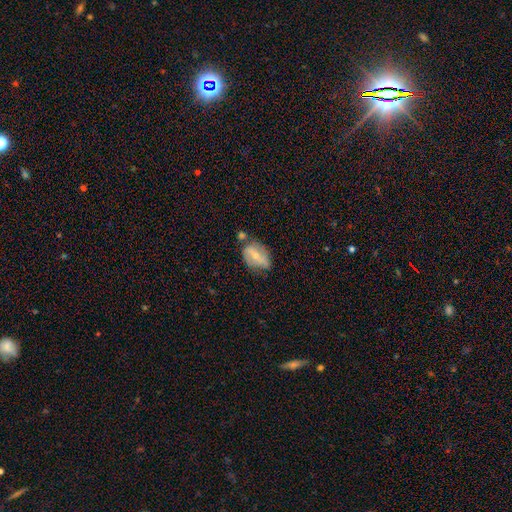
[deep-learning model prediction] Smooth or featured? Predicted: featured or disk (p=0.51). Edge-on disk? Predicted: no (p=0.93). Merging? Predicted: none (p=0.50).